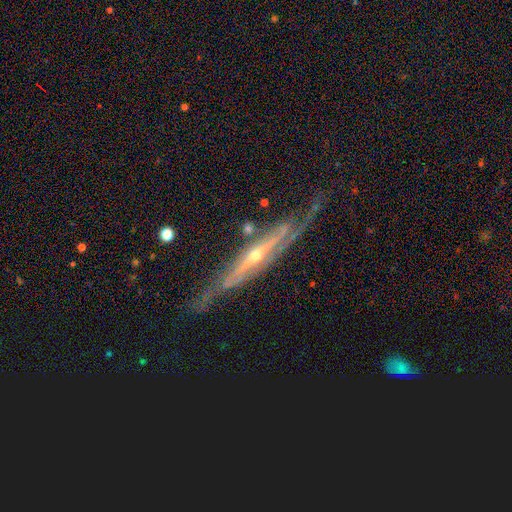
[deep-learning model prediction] Overall: featured or disk (87%). Edge-on disk: yes (76%). Edge-on bulge: rounded (76%). Merging: none (63%).